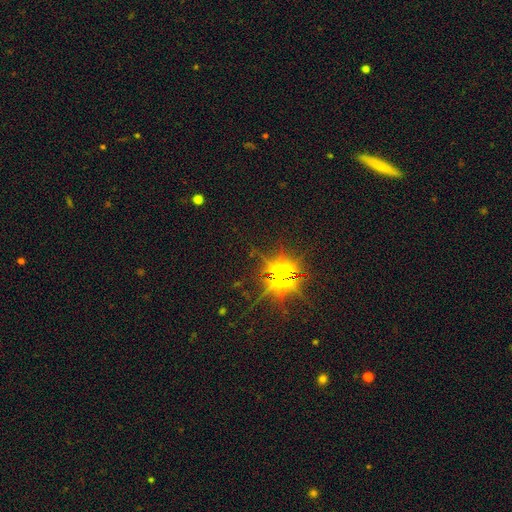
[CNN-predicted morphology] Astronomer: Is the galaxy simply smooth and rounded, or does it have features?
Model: star or artifact — 82%.